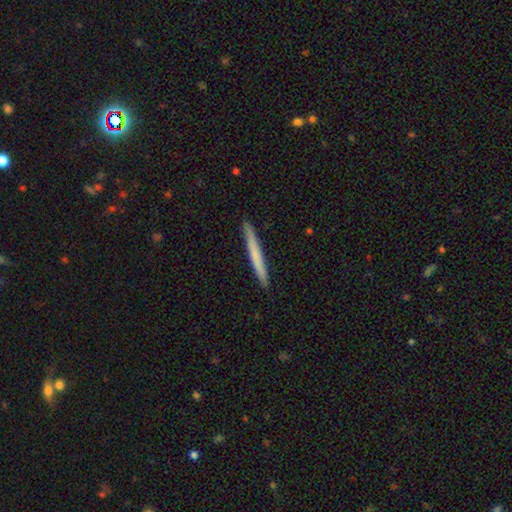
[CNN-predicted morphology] The model was most divided on "smooth or featured": smooth: 66%, featured or disk: 29%, star or artifact: 5%. More confident: how rounded — cigar-shaped (97%); merging — none (92%).